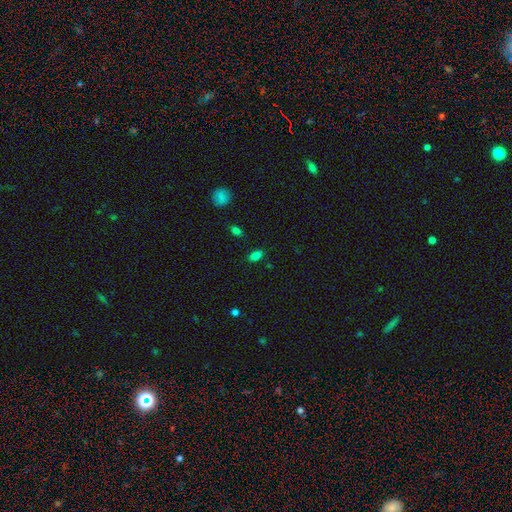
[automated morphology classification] smooth 80%, star or artifact 15%, featured or disk 5%. Down the decision tree: how rounded — in between (89%); merging — none (83%).